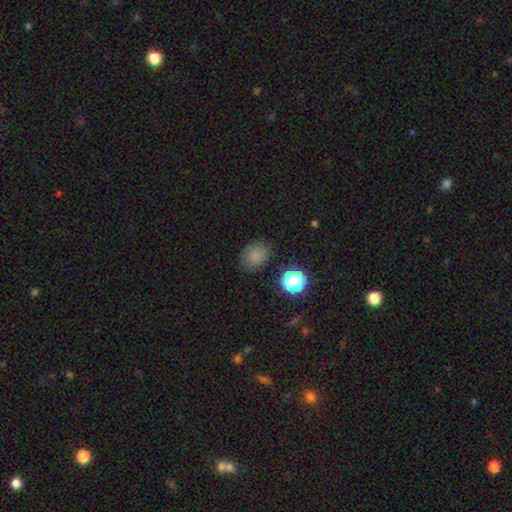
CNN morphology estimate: Smooth or featured: smooth — 78% (star or artifact — 16%)
How rounded: round — 55% (in between — 44%)
Merging: none — 77% (minor disturbance — 16%)